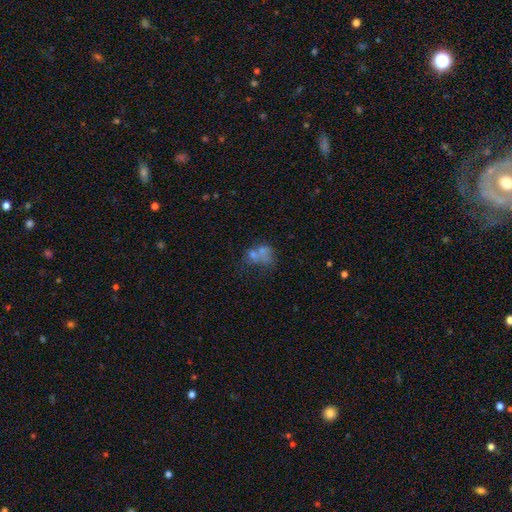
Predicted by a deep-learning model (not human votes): This appears to be a smooth galaxy with no disk features (53%) that is in between round and cigar-shaped (49%, tied with round). Merging: merger (55%).